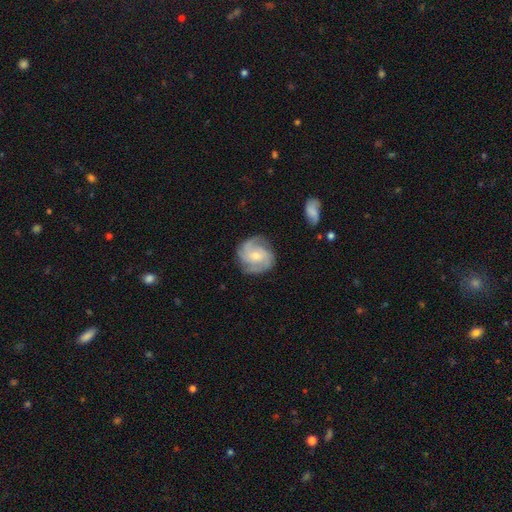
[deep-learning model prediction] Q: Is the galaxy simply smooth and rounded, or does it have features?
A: featured or disk — 81%.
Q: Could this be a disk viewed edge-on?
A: no — 98%.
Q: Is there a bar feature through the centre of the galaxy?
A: no — 64%.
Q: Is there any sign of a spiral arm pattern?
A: yes — 96%.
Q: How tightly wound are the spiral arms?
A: medium — 45%.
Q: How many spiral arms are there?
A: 3 — 45%.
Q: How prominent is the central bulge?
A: small — 51%.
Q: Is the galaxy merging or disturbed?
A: none — 77%.